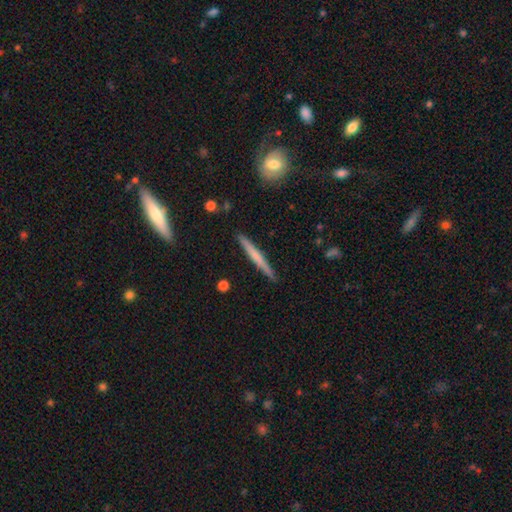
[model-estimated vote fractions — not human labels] A smooth galaxy with no disk features (51%) that is cigar-shaped (96%). Merging: none (90%).